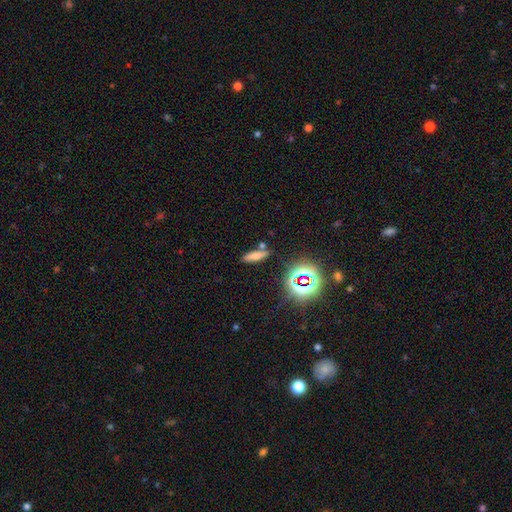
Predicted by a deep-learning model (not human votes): smooth 65%, star or artifact 21%, featured or disk 14%. Down the decision tree: how rounded — cigar-shaped (53%); merging — none (76%).